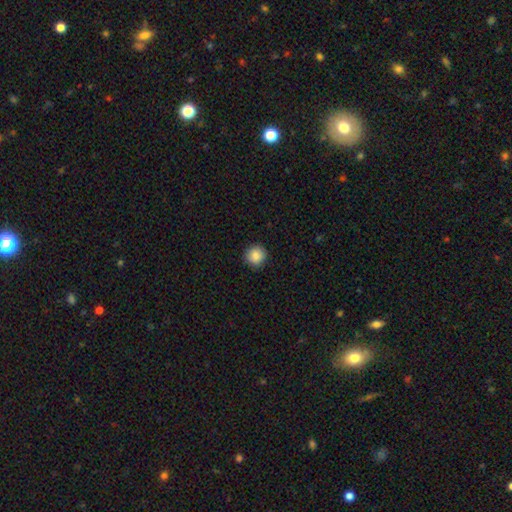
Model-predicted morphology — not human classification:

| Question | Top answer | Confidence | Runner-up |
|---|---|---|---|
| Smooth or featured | smooth | 88% | star or artifact (9%) |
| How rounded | round | 93% | in between (6%) |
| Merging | none | 91% | minor disturbance (6%) |